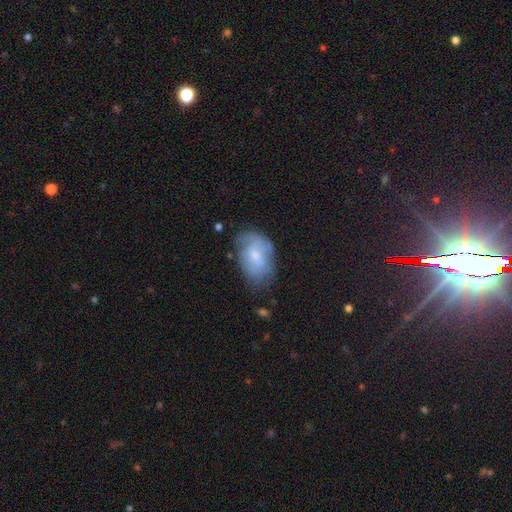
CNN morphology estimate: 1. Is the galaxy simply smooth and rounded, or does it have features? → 56% smooth, 37% featured or disk, 8% star or artifact.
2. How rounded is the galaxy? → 86% in between, 13% round, 1% cigar-shaped.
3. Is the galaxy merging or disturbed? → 54% none, 32% minor disturbance, 12% major disturbance, 2% merger.